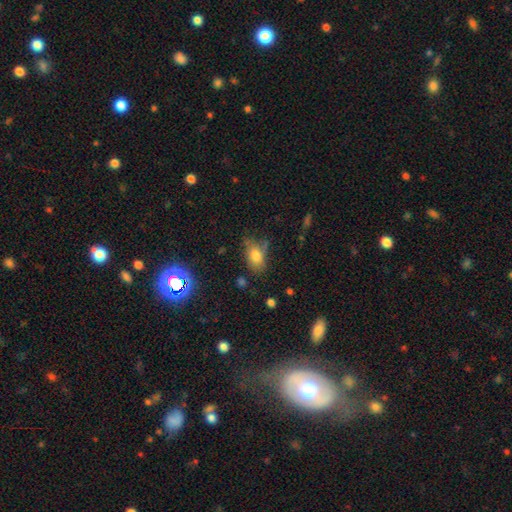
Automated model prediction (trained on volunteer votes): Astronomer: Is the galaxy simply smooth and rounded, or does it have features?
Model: smooth — 76%.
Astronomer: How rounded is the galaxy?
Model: in between — 83%.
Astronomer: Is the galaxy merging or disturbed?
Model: none — 60%.